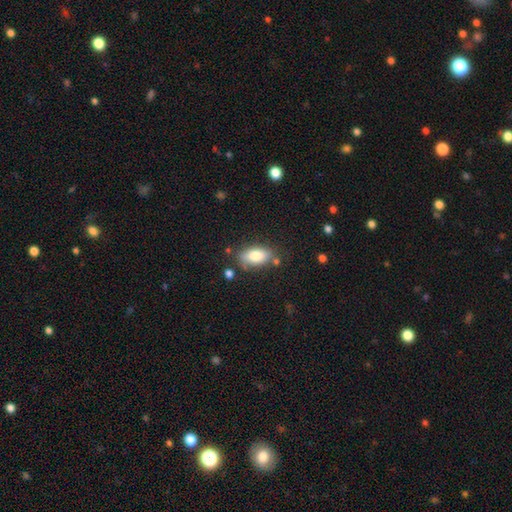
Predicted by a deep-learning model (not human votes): smooth-or-featured: smooth: 80% | featured or disk: 13% | star or artifact: 8%
  how-rounded: in between: 89% | cigar-shaped: 6% | round: 5%
  merging: none: 75% | minor disturbance: 16% | merger: 5% | major disturbance: 4%